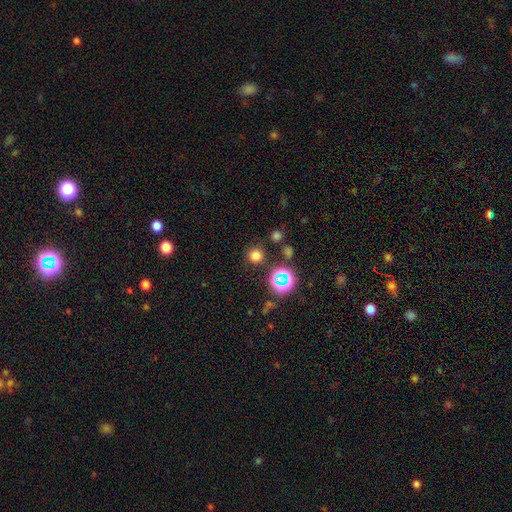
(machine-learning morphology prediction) Smooth or featured?
  - smooth: 72% *
  - star or artifact: 22%
  - featured or disk: 6%
How rounded?
  - round: 94% *
  - in between: 5%
  - cigar-shaped: 1%
Merging?
  - none: 85% *
  - minor disturbance: 8%
  - merger: 4%
  - major disturbance: 3%